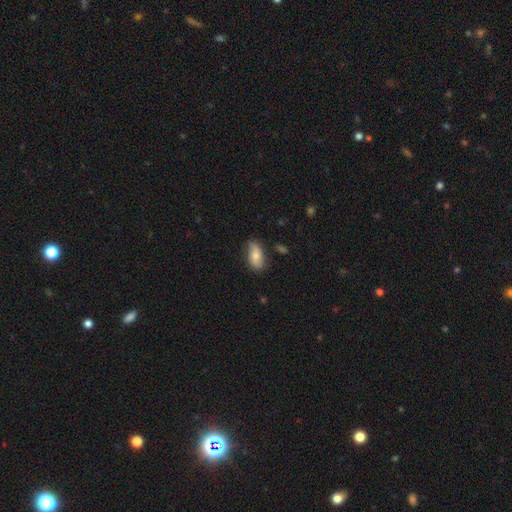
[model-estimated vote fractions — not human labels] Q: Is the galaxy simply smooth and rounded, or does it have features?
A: smooth — 60%.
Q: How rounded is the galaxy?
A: in between — 90%.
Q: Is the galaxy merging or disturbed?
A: none — 71%.